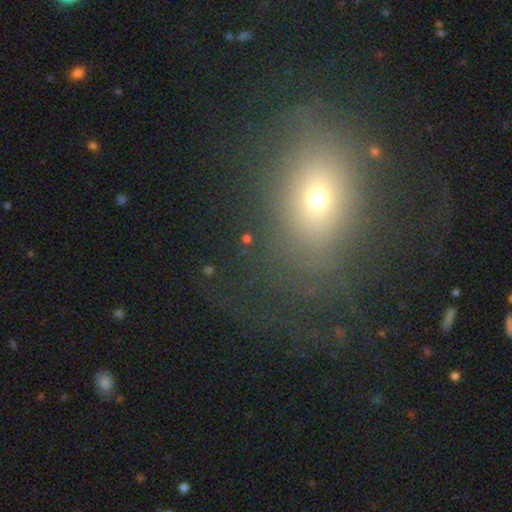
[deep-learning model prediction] smooth-or-featured: smooth: 56% | featured or disk: 23% | star or artifact: 22%
  how-rounded: in between: 56% | round: 42% | cigar-shaped: 2%
  merging: none: 64% | major disturbance: 19% | minor disturbance: 15% | merger: 2%